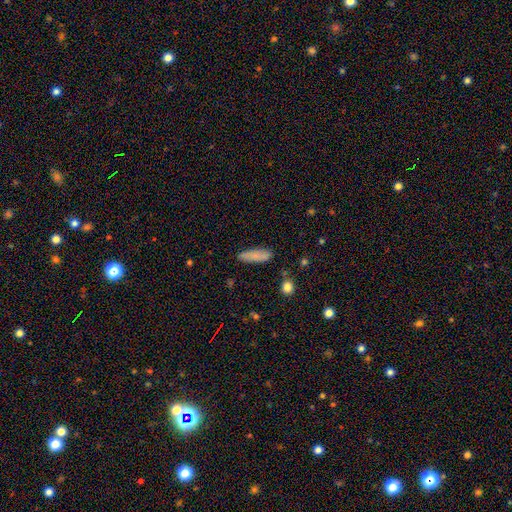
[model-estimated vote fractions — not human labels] Overall: smooth (84%). How rounded: cigar-shaped (59%; in between 39%). Merging: none (84%).